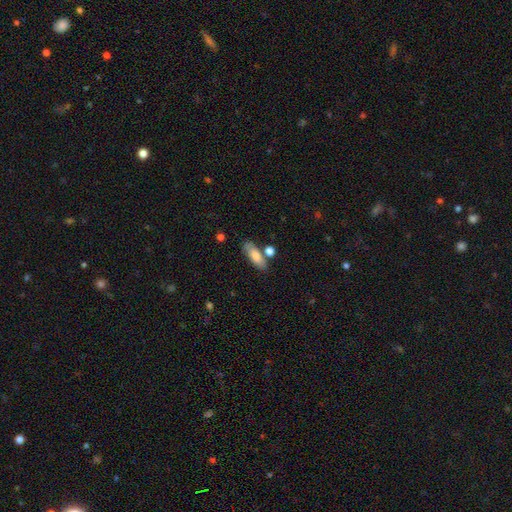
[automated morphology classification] Smooth or featured? smooth (76%)
How rounded? in between (69%)
Merging? none (69%)